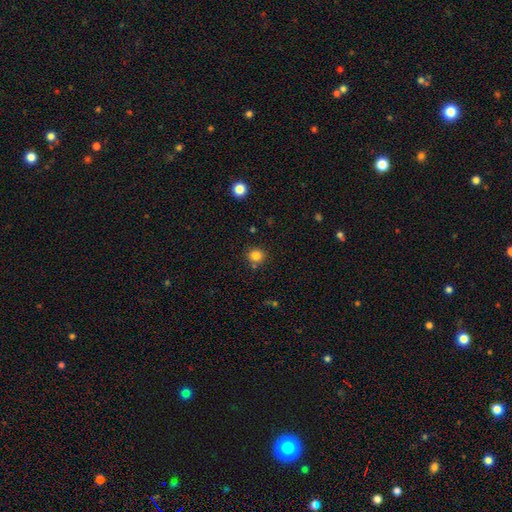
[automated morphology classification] Overall: smooth (84%). How rounded: round (89%). Merging: none (81%).